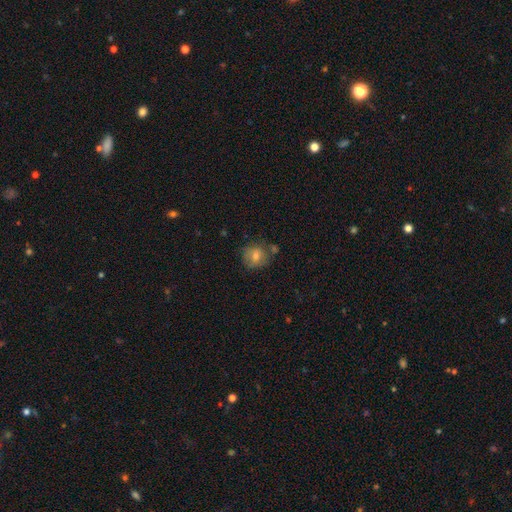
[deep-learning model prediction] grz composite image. It shows a smooth galaxy with no disk features (63%) that is round (78%). Merging: none (67%).